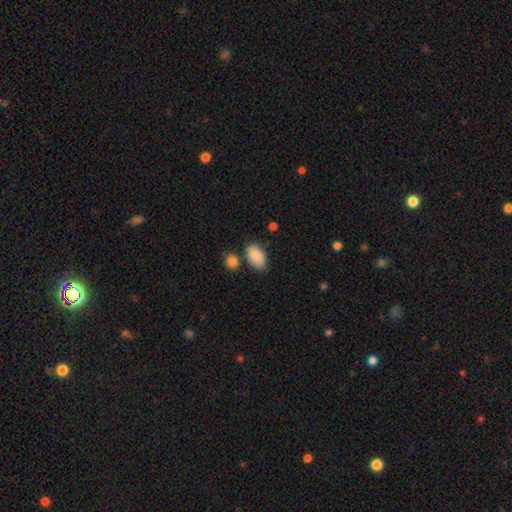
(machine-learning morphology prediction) Smooth or featured? Predicted: smooth (p=0.88). How rounded? Predicted: in between (p=0.93). Merging? Predicted: none (p=0.72).